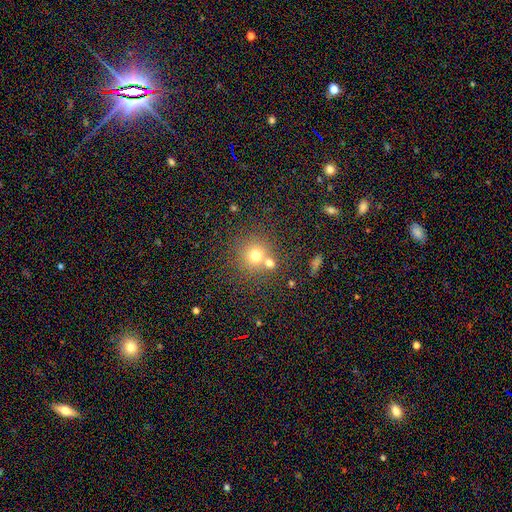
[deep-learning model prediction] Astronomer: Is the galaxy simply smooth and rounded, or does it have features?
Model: smooth — 71%.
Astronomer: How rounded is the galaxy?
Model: round — 90%.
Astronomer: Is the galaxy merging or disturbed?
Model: none — 61%.